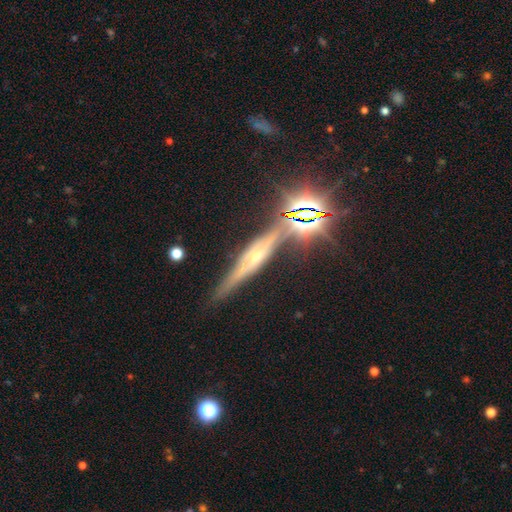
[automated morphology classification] smooth-or-featured: featured or disk: 61% | star or artifact: 24% | smooth: 15%
  disk-edge-on: yes: 93% | no: 7%
    edge-on-bulge: rounded: 80% | none: 13% | boxy: 7%
  merging: none: 79% | minor disturbance: 12% | merger: 5% | major disturbance: 3%